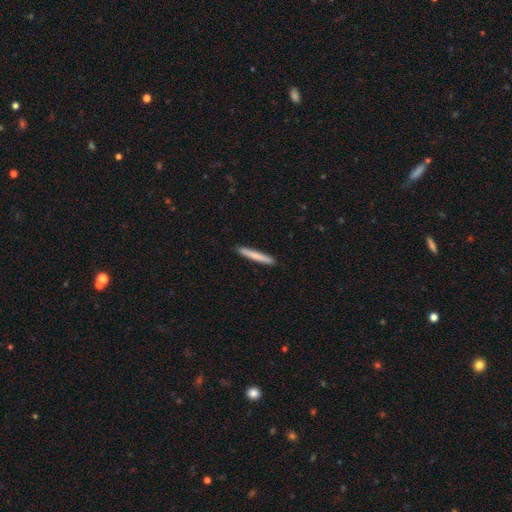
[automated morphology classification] smooth-or-featured: smooth: 77% | featured or disk: 18% | star or artifact: 5%
  how-rounded: cigar-shaped: 97% | in between: 2% | round: 1%
  merging: none: 92% | minor disturbance: 5% | major disturbance: 1% | merger: 1%